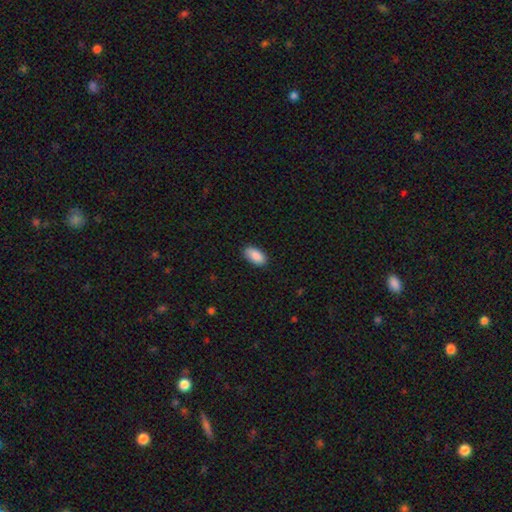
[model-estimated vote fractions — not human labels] Smooth or featured? smooth (89%)
How rounded? in between (94%)
Merging? none (88%)